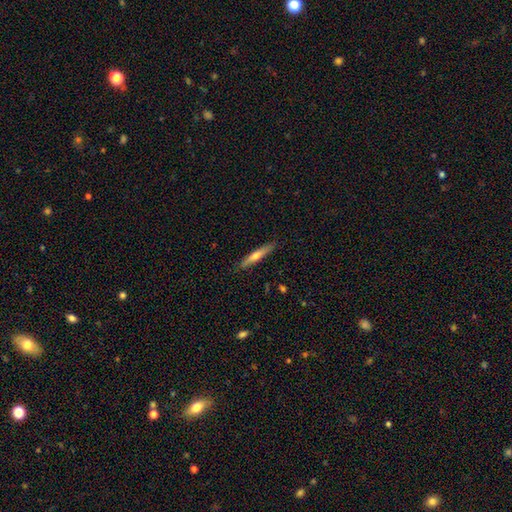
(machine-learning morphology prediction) Overall: smooth (52%; featured or disk 42%). How rounded: cigar-shaped (91%). Merging: none (89%).